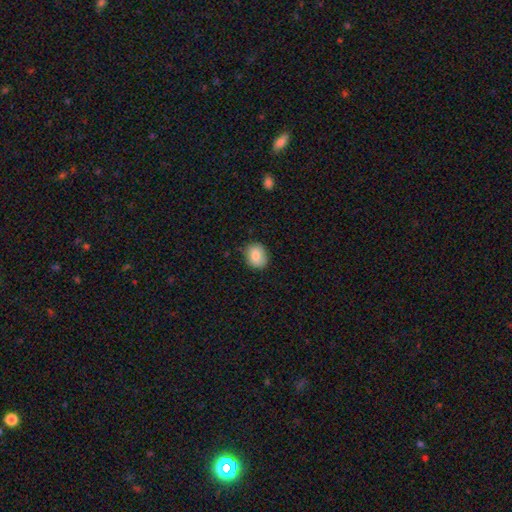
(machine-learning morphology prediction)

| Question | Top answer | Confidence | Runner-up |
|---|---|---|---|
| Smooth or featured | smooth | 83% | featured or disk (9%) |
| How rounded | round | 64% | in between (35%) |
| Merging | none | 79% | minor disturbance (17%) |